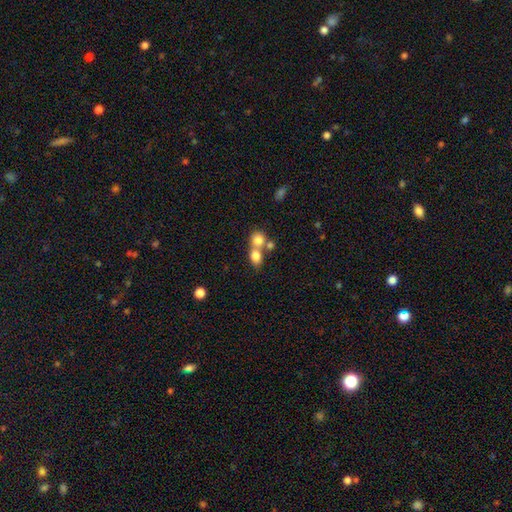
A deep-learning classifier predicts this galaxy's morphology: A smooth galaxy with no disk features (77%) that is round (50%).

Vote fractions:
- Smooth or featured? smooth: 77% / featured or disk: 13% / star or artifact: 10%
- How rounded? round: 50% / in between: 48% / cigar-shaped: 2%
- Merging? merger: 57% / none: 32% / minor disturbance: 7% / major disturbance: 4%